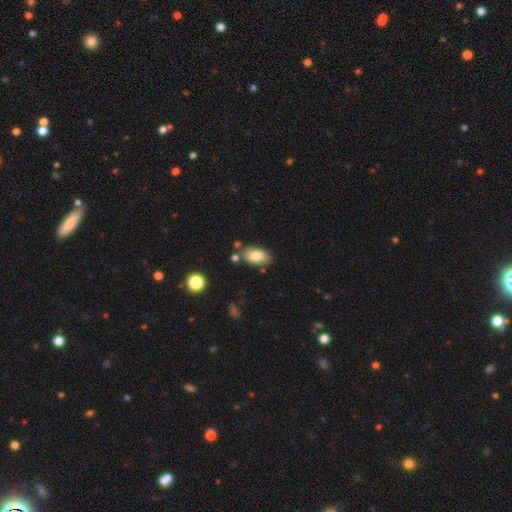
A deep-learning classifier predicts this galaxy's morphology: A smooth galaxy with no disk features (80%) that is in between round and cigar-shaped (92%).

Vote fractions:
- Smooth or featured? smooth: 80% / featured or disk: 13% / star or artifact: 8%
- How rounded? in between: 92% / round: 5% / cigar-shaped: 3%
- Merging? none: 75% / minor disturbance: 14% / merger: 8% / major disturbance: 3%